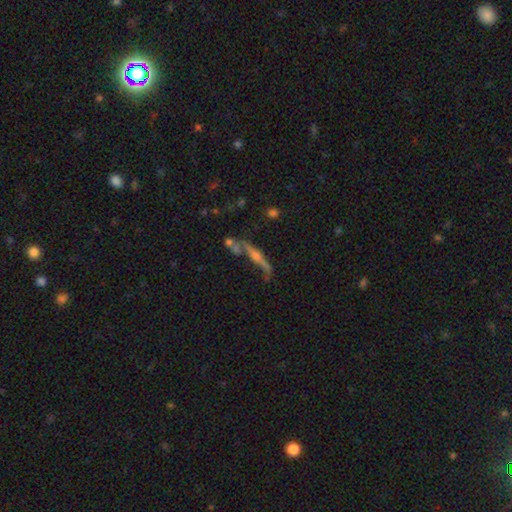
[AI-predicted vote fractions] Morphology: type=featured or disk (65%); edge-on=yes (83%); edge-on bulge=rounded (71%); merging=none (46%).